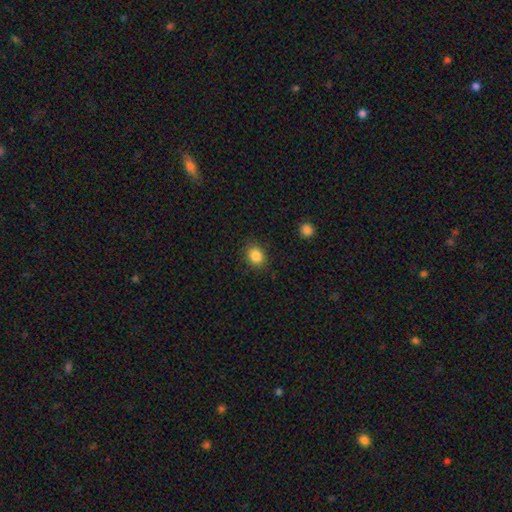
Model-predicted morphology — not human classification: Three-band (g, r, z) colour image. It shows a smooth galaxy with no disk features (86%) that is round (55%). Merging: none (87%).